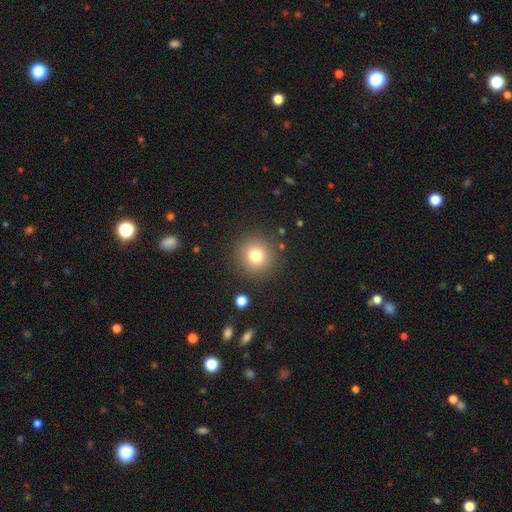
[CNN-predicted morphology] Overall: smooth (77%). How rounded: round (94%). Merging: none (88%).